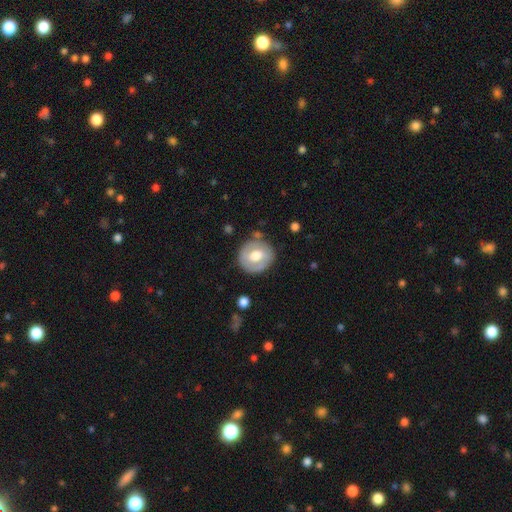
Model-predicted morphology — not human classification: A smooth galaxy with no disk features (50%) that is round (84%).

Vote fractions:
- Smooth or featured? smooth: 50% / featured or disk: 44% / star or artifact: 6%
- How rounded? round: 84% / in between: 15% / cigar-shaped: 1%
- Merging? none: 79% / minor disturbance: 14% / major disturbance: 4% / merger: 2%